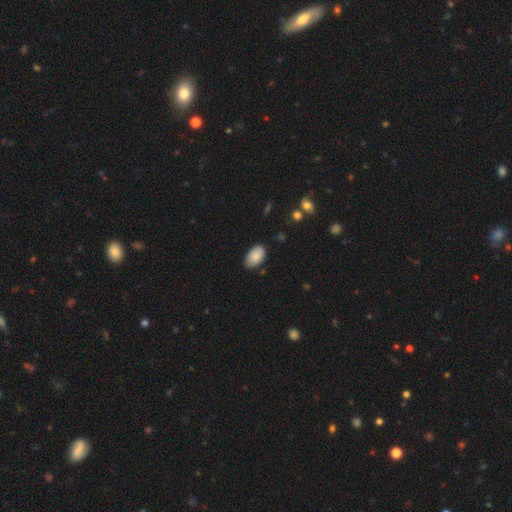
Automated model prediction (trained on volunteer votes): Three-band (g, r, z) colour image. It shows a smooth galaxy with no disk features (87%) that is in between round and cigar-shaped (94%). Merging: none (79%).